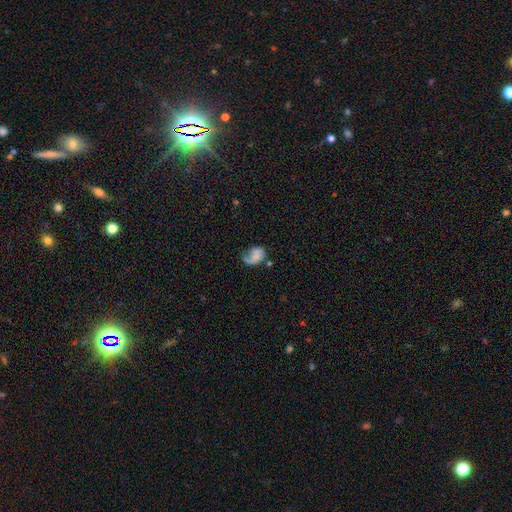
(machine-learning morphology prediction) type=featured or disk (47%); merging=major disturbance (34%).